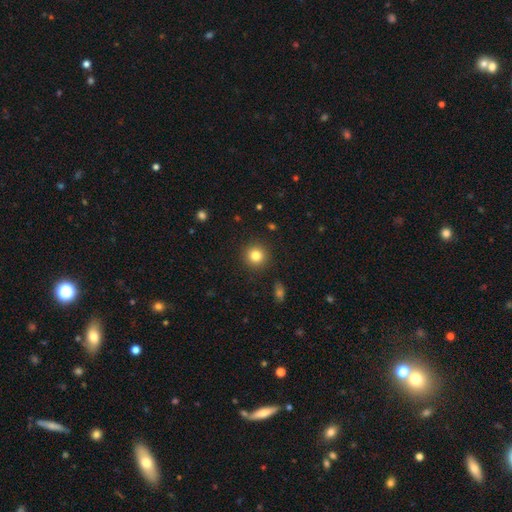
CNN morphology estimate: A smooth galaxy with no disk features (82%) that is round (94%).

Vote fractions:
- Smooth or featured? smooth: 82% / star or artifact: 11% / featured or disk: 7%
- How rounded? round: 94% / in between: 5% / cigar-shaped: 1%
- Merging? none: 91% / minor disturbance: 6% / major disturbance: 2% / merger: 1%